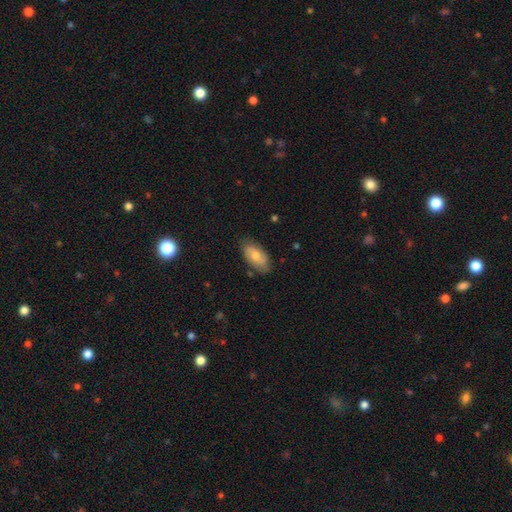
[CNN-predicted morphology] Q: Smooth or featured?
A: smooth (67%); runner-up: featured or disk (27%)
Q: How rounded?
A: in between (93%); runner-up: cigar-shaped (4%)
Q: Merging?
A: none (78%); runner-up: minor disturbance (17%)